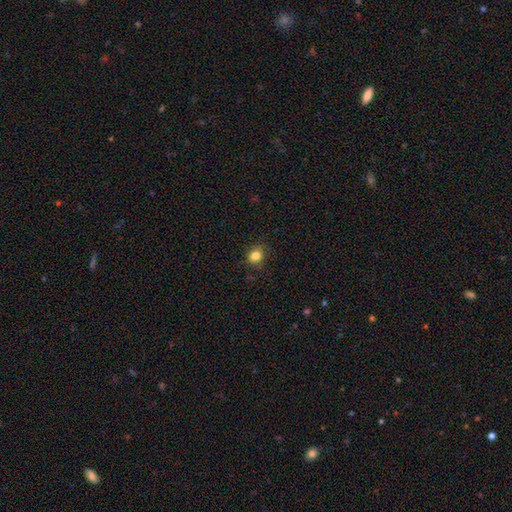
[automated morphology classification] smooth 82%, star or artifact 12%, featured or disk 6%. Down the decision tree: how rounded — round (63%); merging — none (80%).